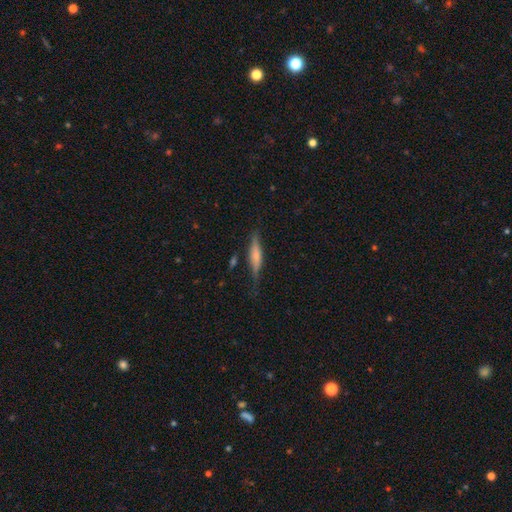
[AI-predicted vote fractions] Smooth or featured? featured or disk (49%)
Merging? none (70%)